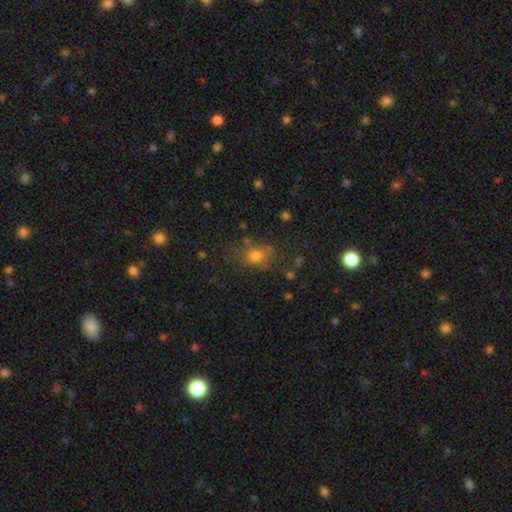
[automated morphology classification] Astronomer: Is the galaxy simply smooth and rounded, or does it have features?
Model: smooth — 72%.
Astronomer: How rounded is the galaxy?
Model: round — 56% (runner-up: in between, 42%).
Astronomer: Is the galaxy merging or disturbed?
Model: none — 71%.